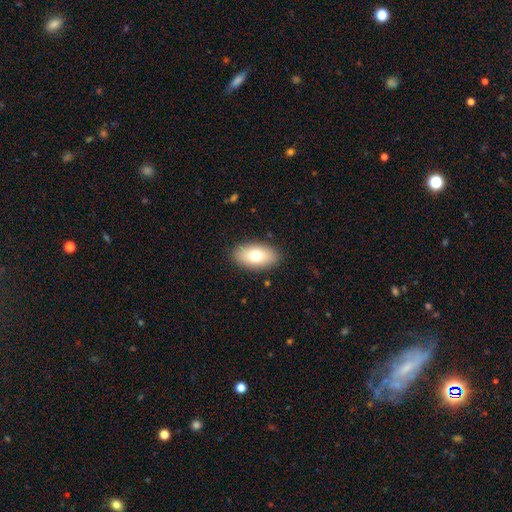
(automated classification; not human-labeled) Smooth or featured: smooth — 74% (featured or disk — 18%)
How rounded: in between — 93% (round — 5%)
Merging: none — 88% (minor disturbance — 9%)